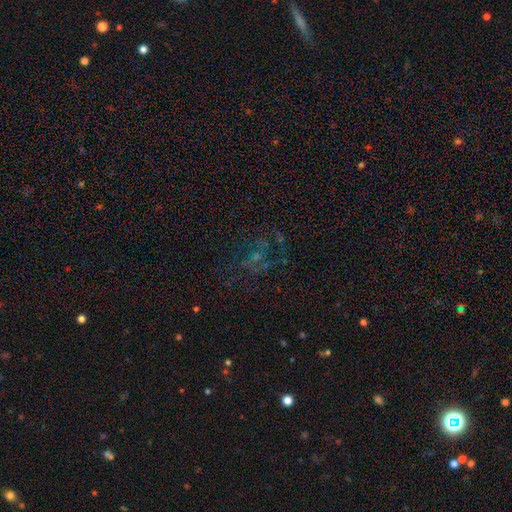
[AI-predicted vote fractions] Smooth or featured? Predicted: featured or disk (p=0.54). Edge-on disk? Predicted: no (p=0.97). Bar? Predicted: no (p=0.72). Spiral arms? Predicted: yes (p=0.65). Bulge size? Predicted: small (p=0.50). Merging? Predicted: none (p=0.57).